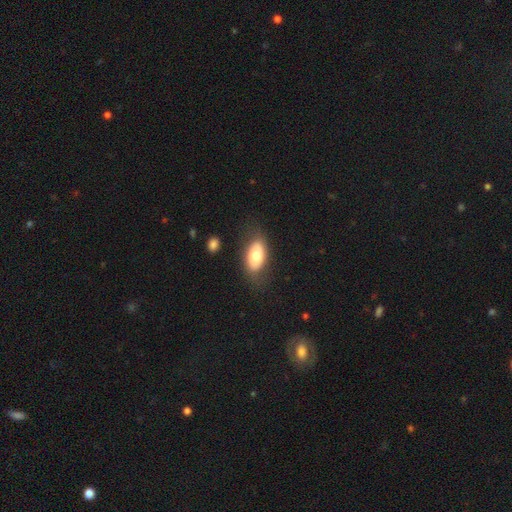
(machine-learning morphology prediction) type=smooth (68%); roundness=in between (92%); merging=none (75%).